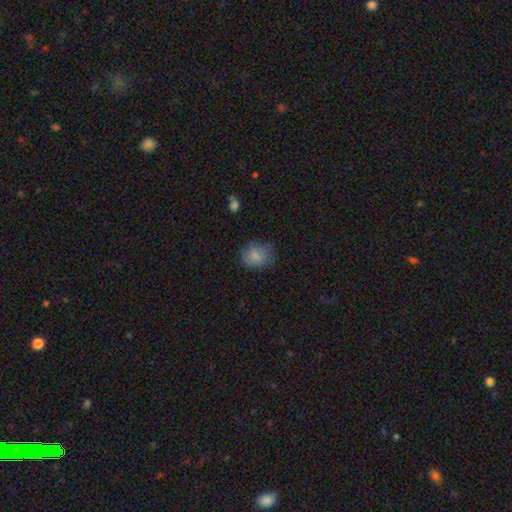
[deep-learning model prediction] This appears to be a smooth galaxy with no disk features (83%) that is round (56%). Merging: none (73%).